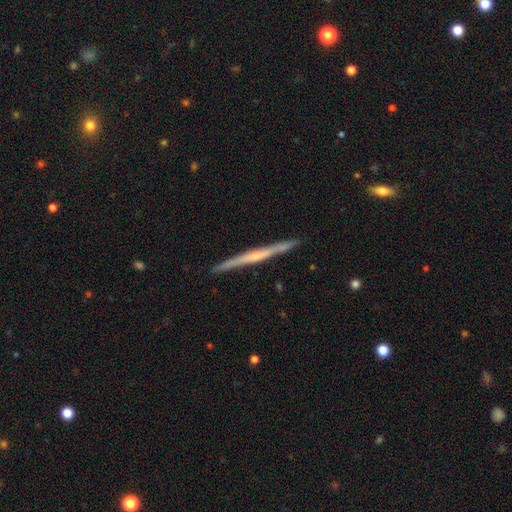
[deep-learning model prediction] smooth-or-featured: featured or disk: 73% | smooth: 22% | star or artifact: 6%
  disk-edge-on: yes: 98% | no: 2%
    edge-on-bulge: none: 46% | rounded: 45% | boxy: 9%
  merging: none: 91% | minor disturbance: 7% | major disturbance: 1% | merger: 1%